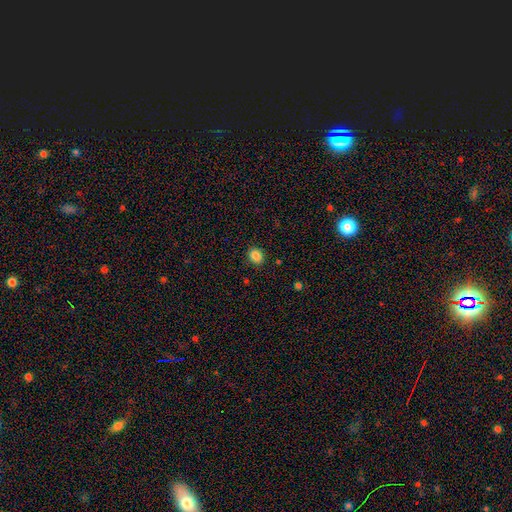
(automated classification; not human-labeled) Q: Smooth or featured?
A: smooth (85%); runner-up: star or artifact (10%)
Q: How rounded?
A: round (54%); runner-up: in between (45%)
Q: Merging?
A: none (89%); runner-up: minor disturbance (8%)